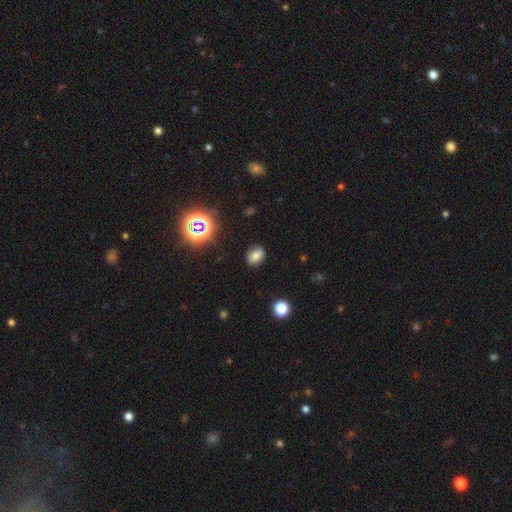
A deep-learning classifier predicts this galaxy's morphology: Q: Smooth or featured?
A: smooth (73%); runner-up: star or artifact (17%)
Q: How rounded?
A: in between (68%); runner-up: round (31%)
Q: Merging?
A: none (86%); runner-up: minor disturbance (9%)